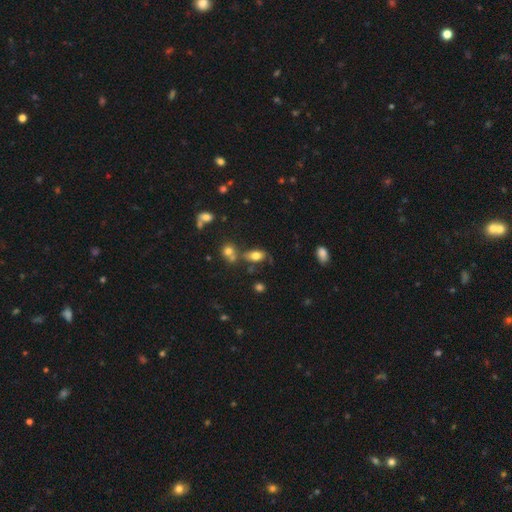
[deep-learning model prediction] The model was most divided on "merging": none: 62%, minor disturbance: 17%, merger: 15%, major disturbance: 6%. More confident: how rounded — in between (87%); smooth or featured — smooth (76%).